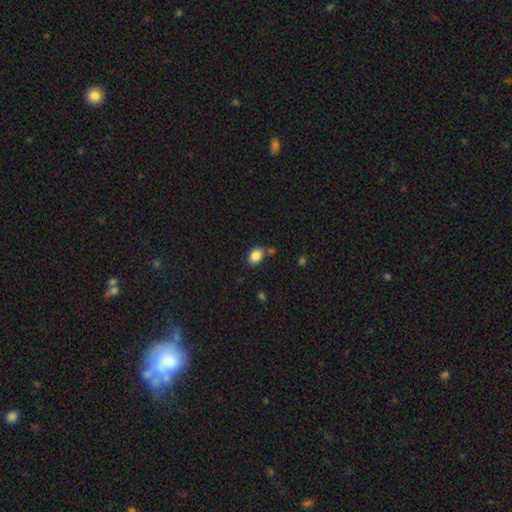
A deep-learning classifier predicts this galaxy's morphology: Q: Smooth or featured?
A: smooth (86%); runner-up: star or artifact (9%)
Q: How rounded?
A: in between (69%); runner-up: round (30%)
Q: Merging?
A: none (72%); runner-up: minor disturbance (14%)